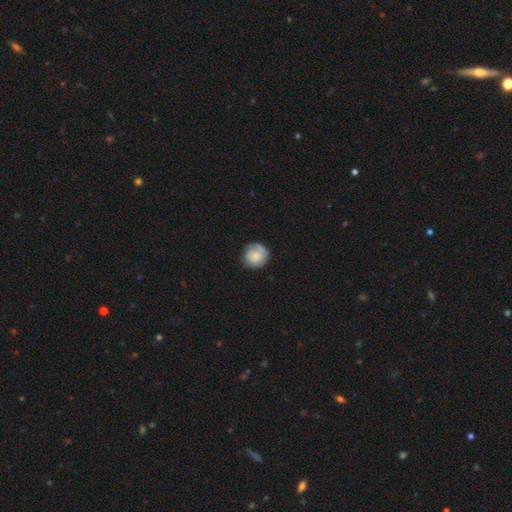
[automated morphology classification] Smooth or featured? Predicted: smooth (p=0.71). How rounded? Predicted: round (p=0.90). Merging? Predicted: none (p=0.73).